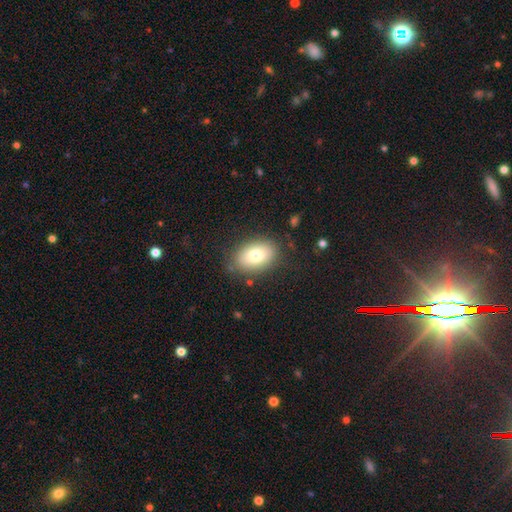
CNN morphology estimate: Smooth or featured: smooth — 76% (featured or disk — 15%)
How rounded: in between — 85% (round — 14%)
Merging: none — 82% (minor disturbance — 12%)